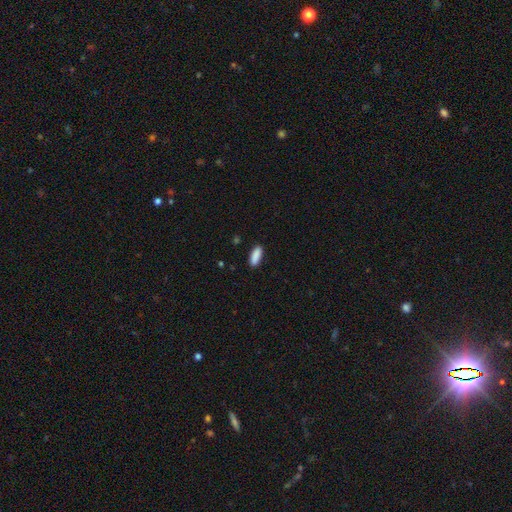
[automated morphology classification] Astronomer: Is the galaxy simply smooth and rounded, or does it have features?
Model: smooth — 90%.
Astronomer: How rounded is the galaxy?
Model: in between — 68%.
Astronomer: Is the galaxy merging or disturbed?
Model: none — 88%.